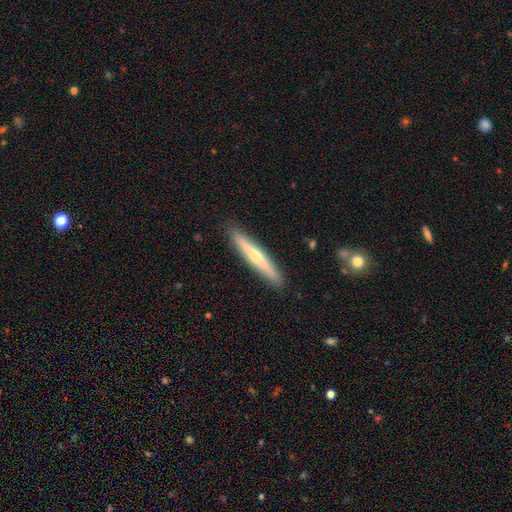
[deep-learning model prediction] smooth-or-featured: featured or disk: 49% | smooth: 45% | star or artifact: 6%
  merging: none: 90% | minor disturbance: 7% | major disturbance: 1% | merger: 1%